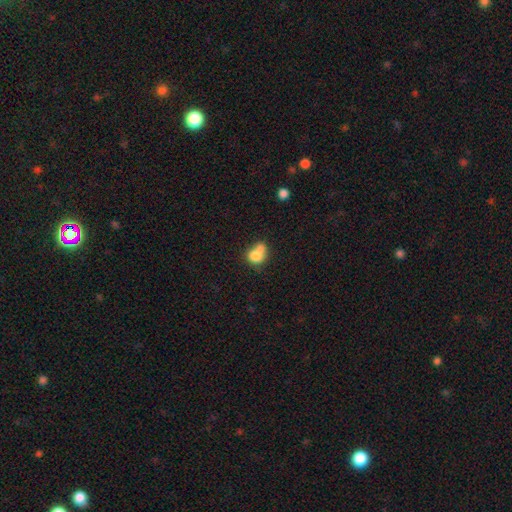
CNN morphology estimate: Smooth or featured? smooth (75%)
How rounded? round (57%)
Merging? merger (55%)